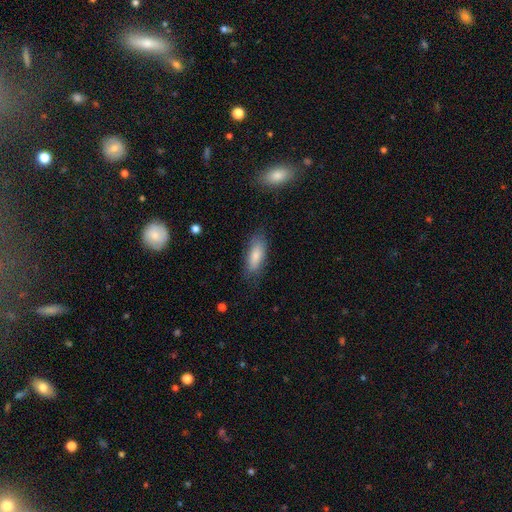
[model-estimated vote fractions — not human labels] This appears to be a smooth galaxy with no disk features (81%) that is in between round and cigar-shaped (73%). Merging: none (75%).